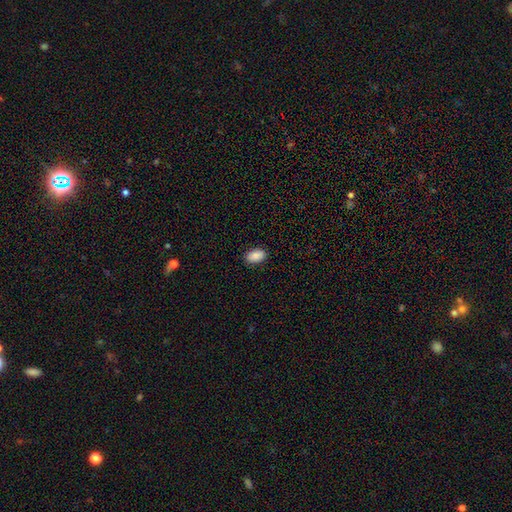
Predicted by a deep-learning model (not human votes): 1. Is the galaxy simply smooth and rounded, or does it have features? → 88% smooth, 7% star or artifact, 5% featured or disk.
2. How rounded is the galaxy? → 92% in between, 7% round, 1% cigar-shaped.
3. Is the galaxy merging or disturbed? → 89% none, 9% minor disturbance, 2% major disturbance, 1% merger.